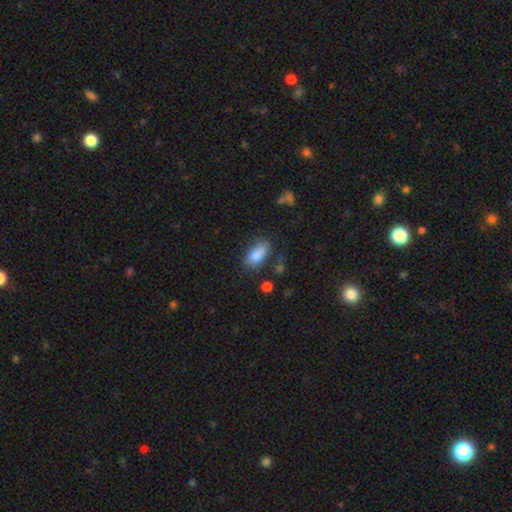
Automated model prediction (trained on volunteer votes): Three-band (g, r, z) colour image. It shows a smooth galaxy with no disk features (85%) that is in between round and cigar-shaped (89%). Merging: none (72%).